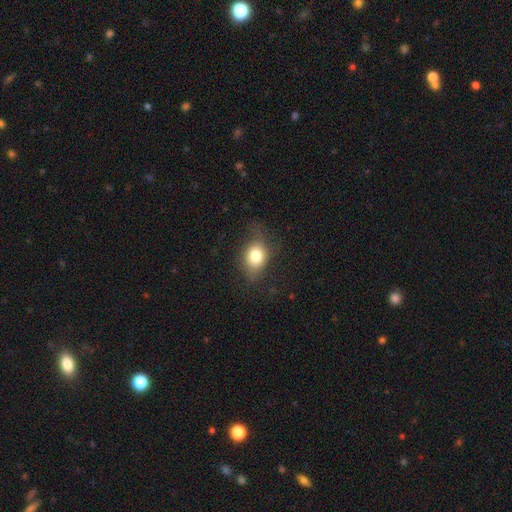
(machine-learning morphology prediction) This is likely a smooth galaxy (76%). How rounded: possibly in between (58%). Merging: likely none (60%).